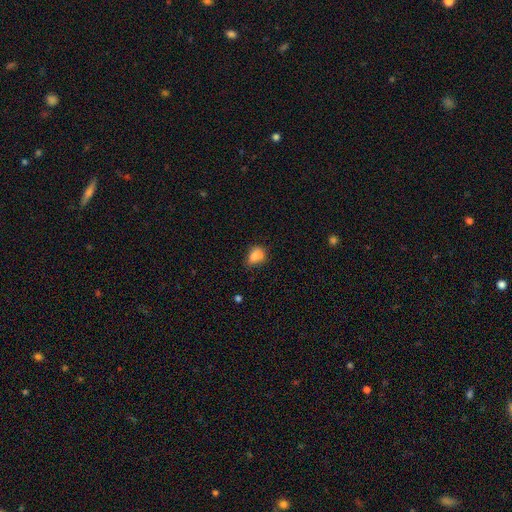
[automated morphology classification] The model was most divided on "merging": none: 47%, minor disturbance: 31%, merger: 12%, major disturbance: 10%. More confident: smooth or featured — smooth (79%); how rounded — in between (64%).